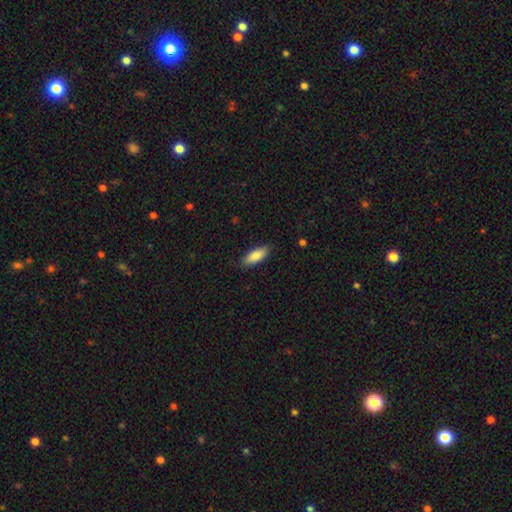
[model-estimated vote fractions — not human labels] Smooth or featured? Predicted: smooth (p=0.87). How rounded? Predicted: in between (p=0.74). Merging? Predicted: none (p=0.86).